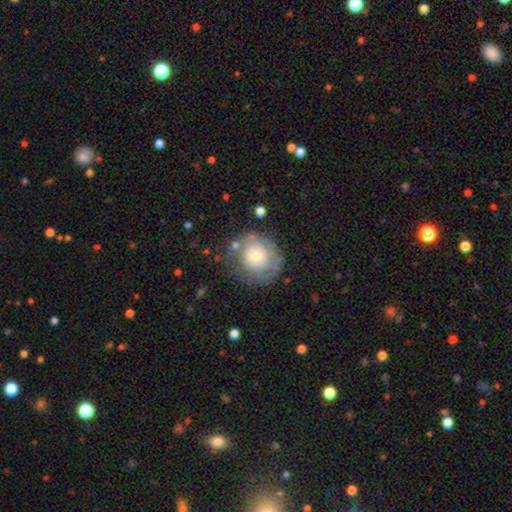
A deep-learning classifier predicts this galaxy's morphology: This is possibly a featured or disk galaxy (49%). Merging: likely none (62%).